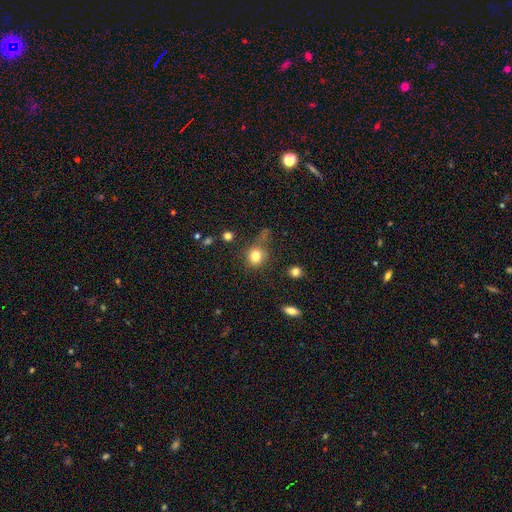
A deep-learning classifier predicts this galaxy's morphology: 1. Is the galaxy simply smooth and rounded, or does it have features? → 79% smooth, 13% star or artifact, 8% featured or disk.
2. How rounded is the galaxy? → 80% round, 19% in between, 1% cigar-shaped.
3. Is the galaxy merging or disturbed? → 62% none, 19% minor disturbance, 11% major disturbance, 8% merger.